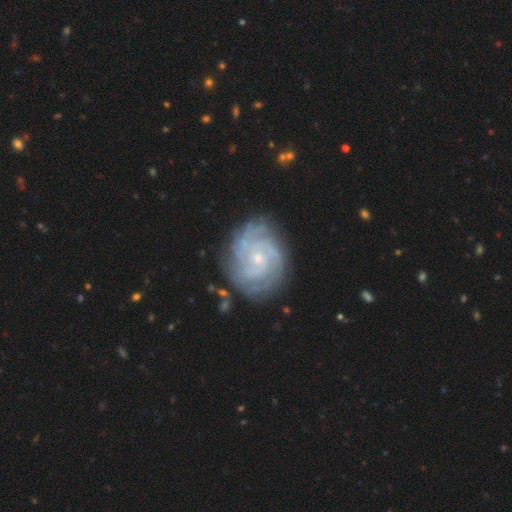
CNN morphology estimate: The model was most divided on "spiral arm count": can't tell: 22%, 3: 21%, 2: 21%, 4: 19%, more than 4: 9%, 1: 7%. More confident: spiral arms — yes (98%); edge-on disk — no (97%); smooth or featured — featured or disk (85%); merging — none (81%); spiral winding — tight (75%); bulge size — small (70%); bar — no (62%).